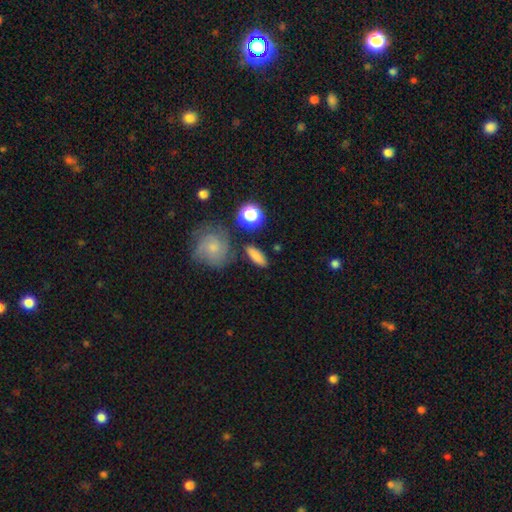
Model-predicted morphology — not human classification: Q: Smooth or featured?
A: smooth (77%); runner-up: featured or disk (12%)
Q: How rounded?
A: in between (57%); runner-up: cigar-shaped (32%)
Q: Merging?
A: none (80%); runner-up: minor disturbance (11%)